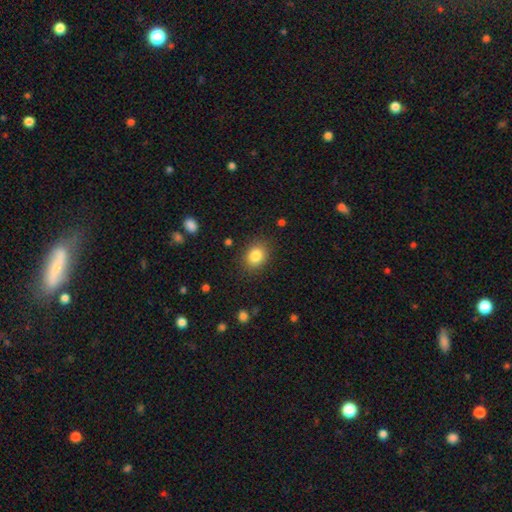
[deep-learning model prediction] smooth_or_featured: smooth (p=0.84) [alt: star or artifact p=0.10]
how_rounded: in between (p=0.54) [alt: round p=0.45]
merging: none (p=0.86) [alt: minor disturbance p=0.10]